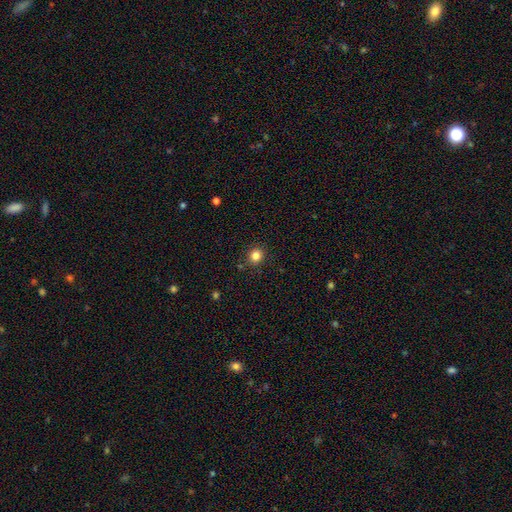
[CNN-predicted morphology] Smooth or featured? smooth (83%)
How rounded? round (87%)
Merging? none (88%)